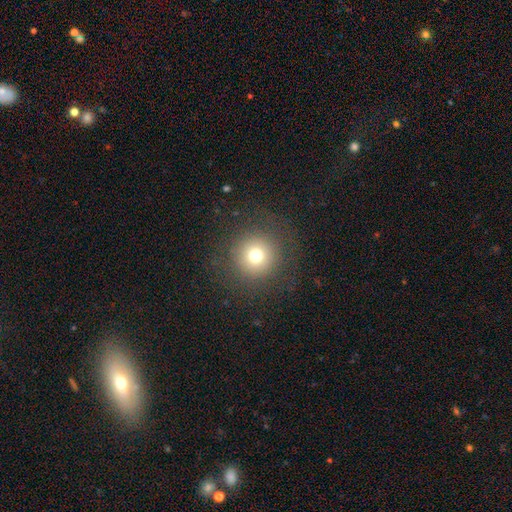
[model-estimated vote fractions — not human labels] Smooth or featured? Predicted: smooth (p=0.73). How rounded? Predicted: round (p=0.95). Merging? Predicted: none (p=0.87).